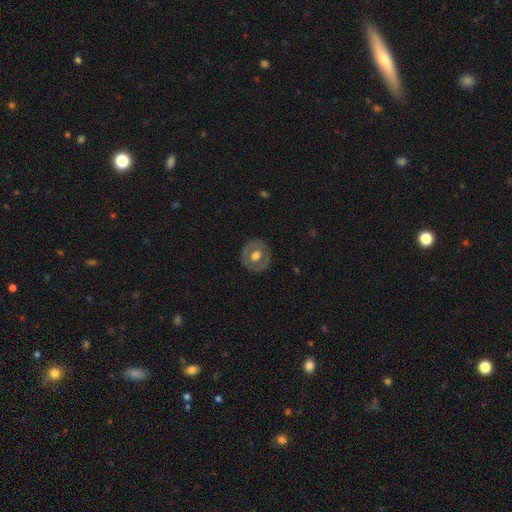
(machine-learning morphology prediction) Smooth or featured? Predicted: featured or disk (p=0.49). Merging? Predicted: none (p=0.85).